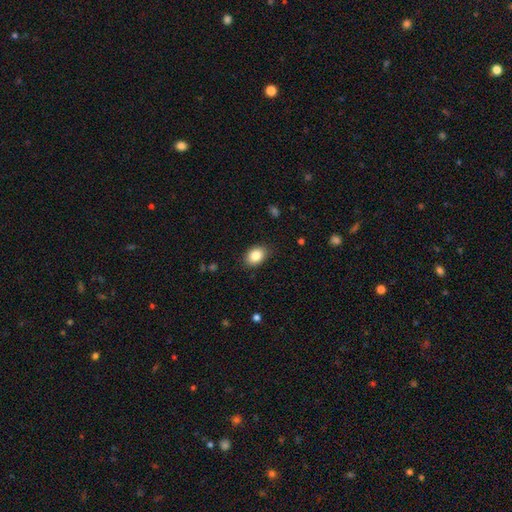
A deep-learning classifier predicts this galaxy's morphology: Smooth or featured: smooth — 86% (star or artifact — 8%)
How rounded: in between — 75% (round — 24%)
Merging: none — 85% (minor disturbance — 11%)